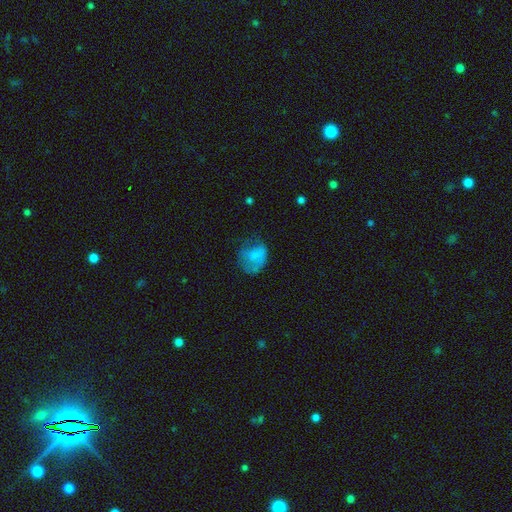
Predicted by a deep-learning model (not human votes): smooth_or_featured: smooth (p=0.67) [alt: featured or disk p=0.22]
how_rounded: round (p=0.56) [alt: in between p=0.43]
merging: none (p=0.40) [alt: minor disturbance p=0.30]